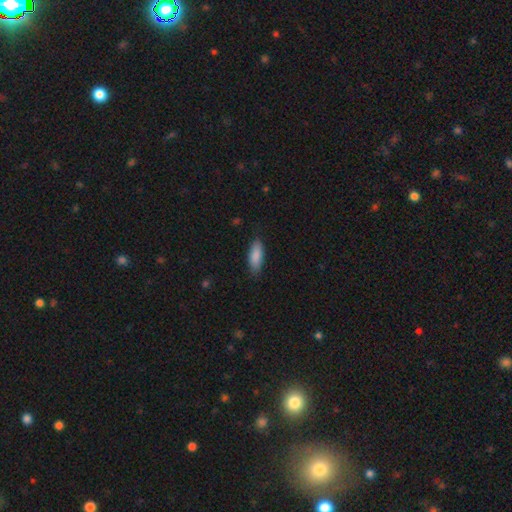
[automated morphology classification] smooth-or-featured: smooth: 88% | featured or disk: 6% | star or artifact: 6%
  how-rounded: in between: 72% | cigar-shaped: 26% | round: 2%
  merging: none: 82% | minor disturbance: 14% | major disturbance: 3% | merger: 1%